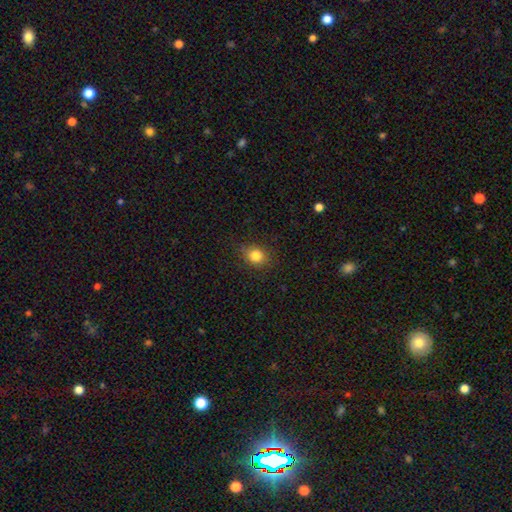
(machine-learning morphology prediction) This appears to be a smooth galaxy with no disk features (83%) that is round (65%). Merging: none (83%).